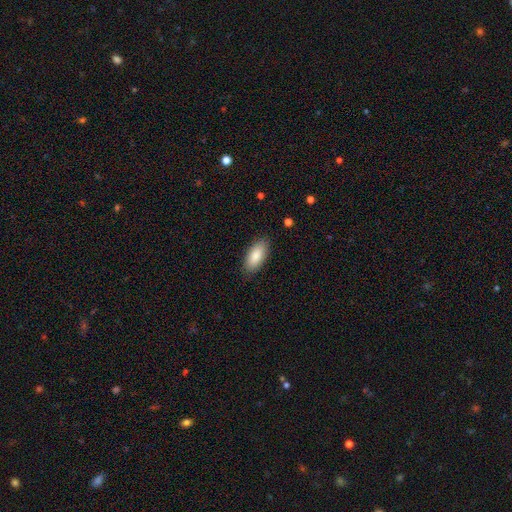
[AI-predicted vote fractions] A smooth galaxy with no disk features (87%) that is in between round and cigar-shaped (90%).

Vote fractions:
- Smooth or featured? smooth: 87% / featured or disk: 7% / star or artifact: 6%
- How rounded? in between: 90% / cigar-shaped: 8% / round: 2%
- Merging? none: 86% / minor disturbance: 11% / major disturbance: 2% / merger: 1%